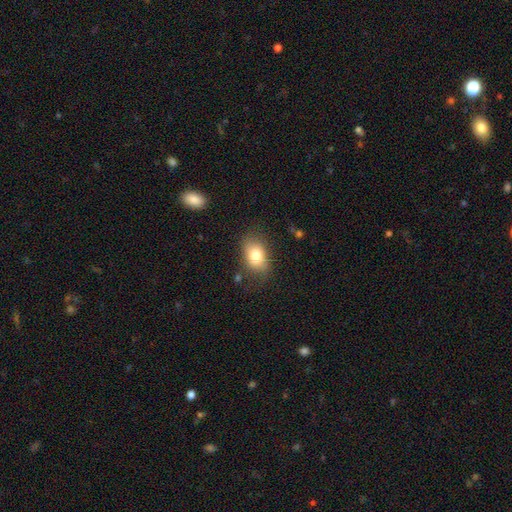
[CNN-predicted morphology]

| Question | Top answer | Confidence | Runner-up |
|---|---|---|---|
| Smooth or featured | smooth | 79% | featured or disk (12%) |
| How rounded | in between | 81% | round (17%) |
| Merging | none | 73% | minor disturbance (19%) |